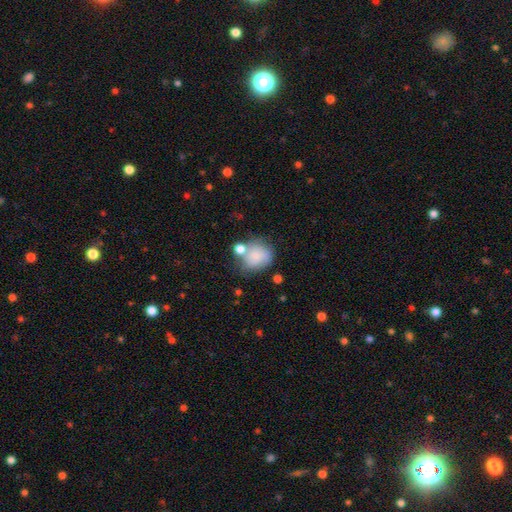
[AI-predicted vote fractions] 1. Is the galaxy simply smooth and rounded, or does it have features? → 71% smooth, 20% featured or disk, 9% star or artifact.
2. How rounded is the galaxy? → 69% round, 30% in between, 1% cigar-shaped.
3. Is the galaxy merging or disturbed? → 44% none, 22% merger, 22% minor disturbance, 12% major disturbance.